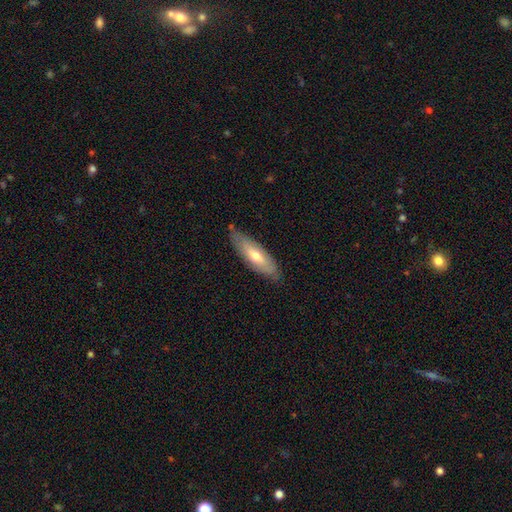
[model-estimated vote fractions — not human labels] A smooth galaxy with no disk features (55%) that is cigar-shaped (51%).

Vote fractions:
- Smooth or featured? smooth: 55% / featured or disk: 39% / star or artifact: 6%
- How rounded? cigar-shaped: 51% / in between: 48% / round: 2%
- Merging? none: 79% / minor disturbance: 17% / major disturbance: 3% / merger: 2%